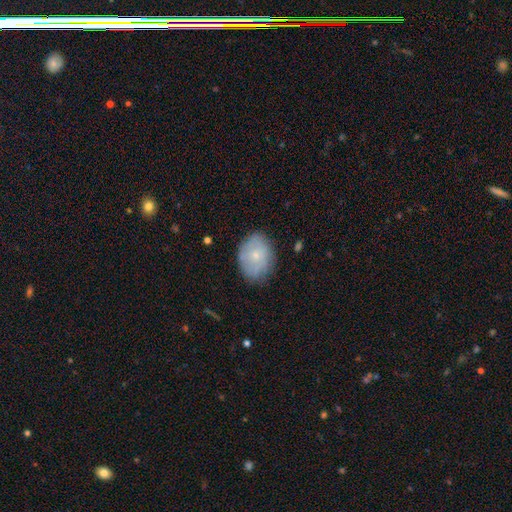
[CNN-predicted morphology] smooth_or_featured: smooth (p=0.60) [alt: featured or disk p=0.33]
how_rounded: in between (p=0.67) [alt: round p=0.32]
merging: none (p=0.75) [alt: minor disturbance p=0.19]